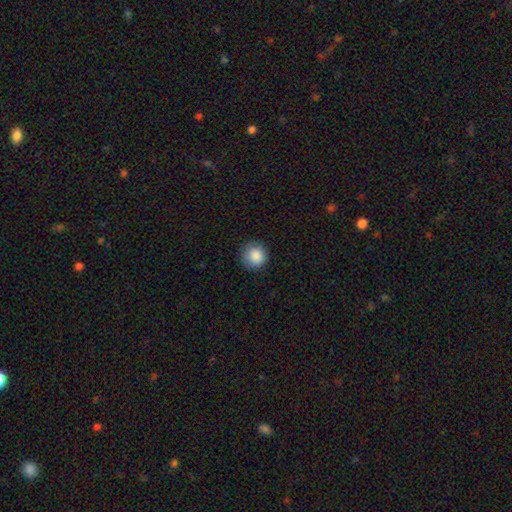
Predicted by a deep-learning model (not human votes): This is clearly a smooth galaxy (87%). How rounded: clearly round (93%). Merging: clearly none (84%).